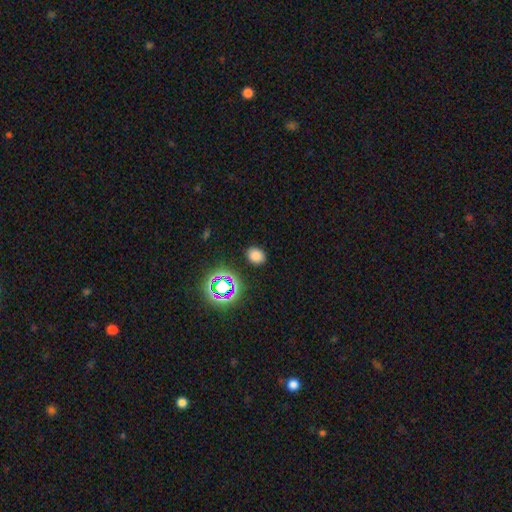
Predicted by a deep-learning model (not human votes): Overall: smooth (76%). How rounded: in between (60%; round 39%). Merging: none (87%).